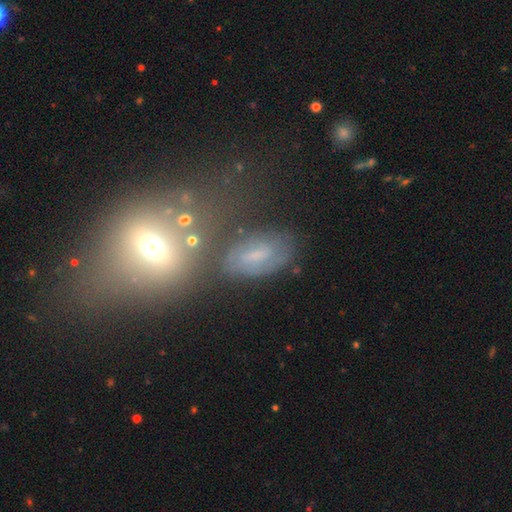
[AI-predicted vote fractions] This appears to be a featured or disk galaxy (48%). Merging: none (61%).